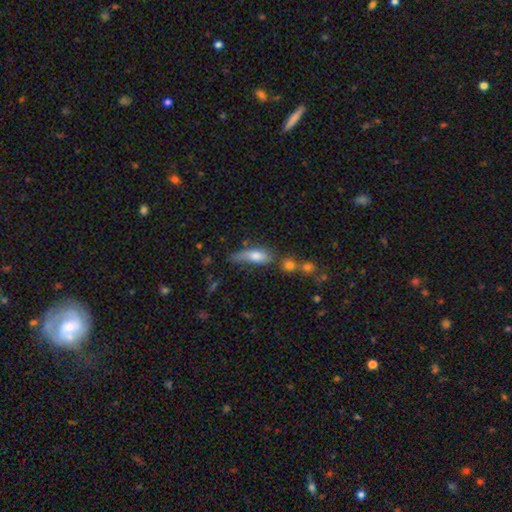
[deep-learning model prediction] Overall: smooth (71%). How rounded: in between (61%; cigar-shaped 35%). Merging: none (36%; minor disturbance 30%).